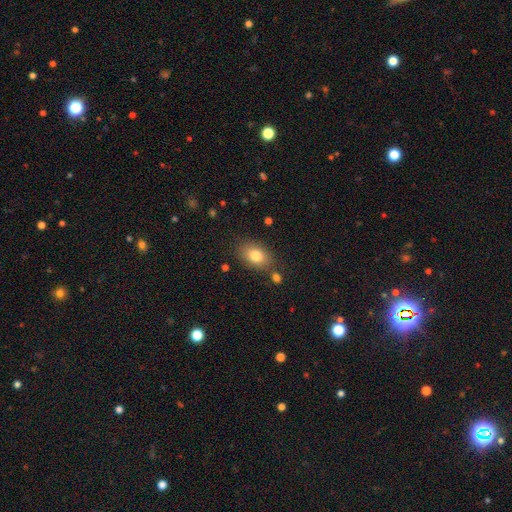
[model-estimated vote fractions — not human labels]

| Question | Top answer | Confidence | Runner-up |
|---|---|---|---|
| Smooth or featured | smooth | 80% | featured or disk (11%) |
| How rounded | in between | 81% | round (18%) |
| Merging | none | 78% | minor disturbance (13%) |